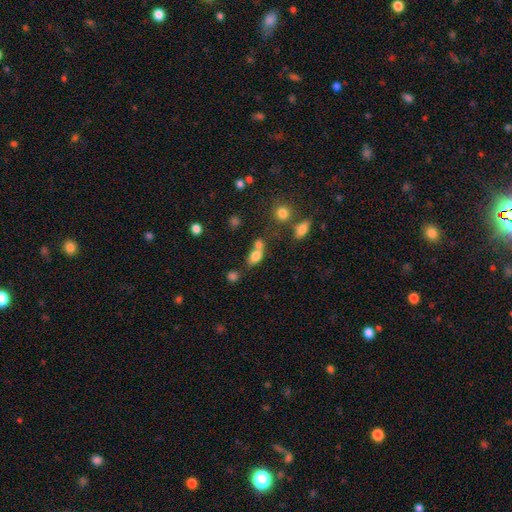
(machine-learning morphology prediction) Q: Smooth or featured?
A: smooth (76%); runner-up: featured or disk (12%)
Q: How rounded?
A: in between (74%); runner-up: round (20%)
Q: Merging?
A: merger (45%); runner-up: none (35%)